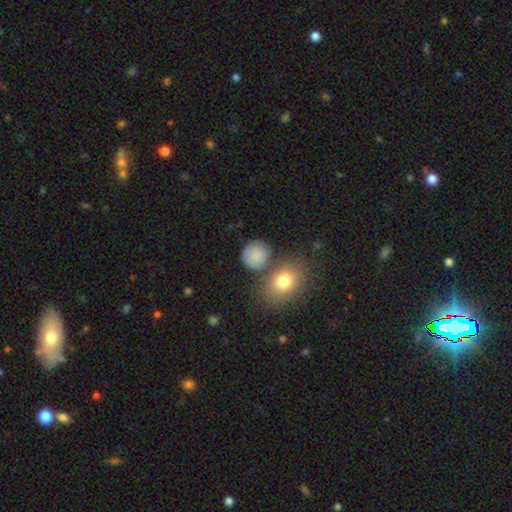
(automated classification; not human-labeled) smooth-or-featured: smooth: 82% | featured or disk: 9% | star or artifact: 9%
  how-rounded: round: 80% | in between: 19% | cigar-shaped: 1%
  merging: none: 66% | minor disturbance: 17% | merger: 11% | major disturbance: 6%